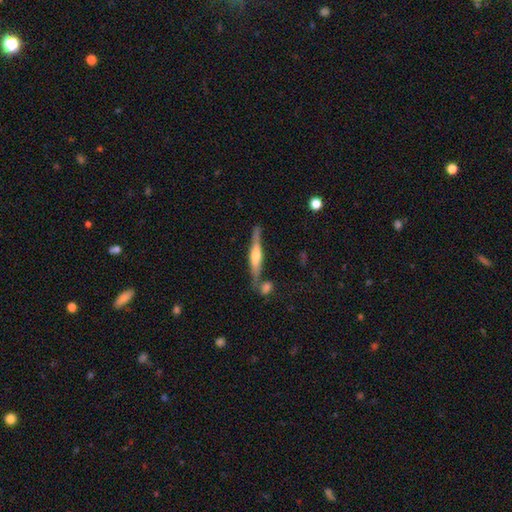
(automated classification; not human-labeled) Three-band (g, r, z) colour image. It shows a featured or disk galaxy (63%) viewed edge-on (94%) with a rounded central bulge (73%). Merging: none (68%).